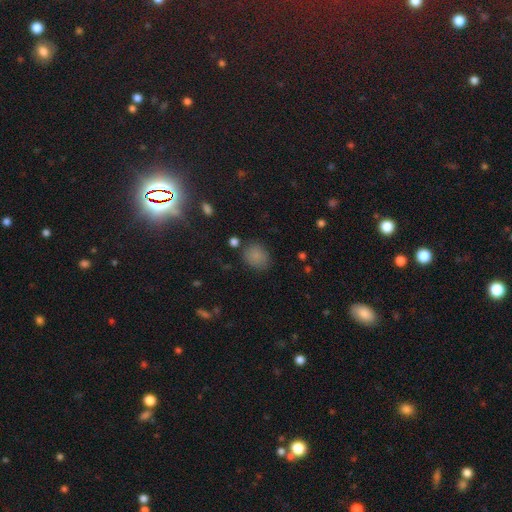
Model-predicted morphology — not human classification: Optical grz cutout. It shows a smooth galaxy with no disk features (82%) that is round (62%). Merging: none (78%).